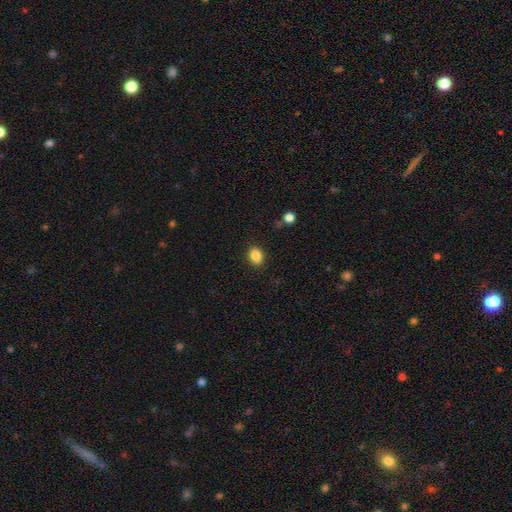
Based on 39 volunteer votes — Morphology: type=smooth (90%); roundness=in between (60%); merging=none (92%).